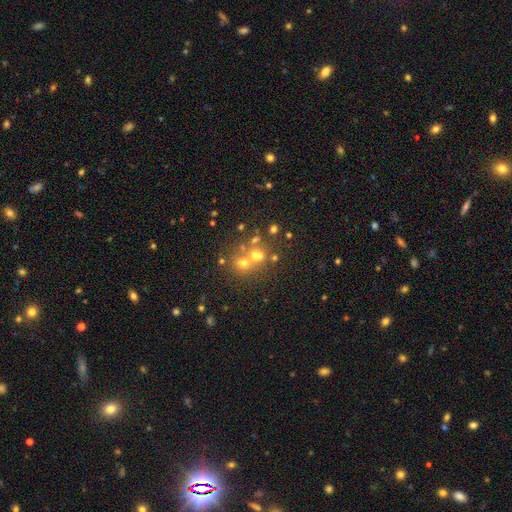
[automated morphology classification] Overall: smooth (50%; star or artifact 27%). How rounded: round (75%). Merging: none (43%, tied with merger).